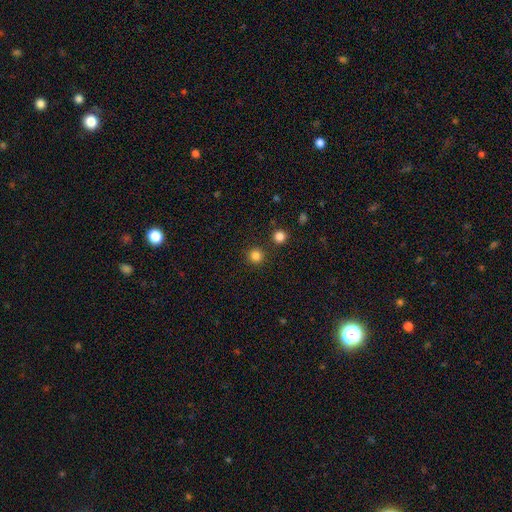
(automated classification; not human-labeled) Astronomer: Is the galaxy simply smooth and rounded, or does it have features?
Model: smooth — 83%.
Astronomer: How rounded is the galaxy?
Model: round — 95%.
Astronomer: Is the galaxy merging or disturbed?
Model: none — 89%.